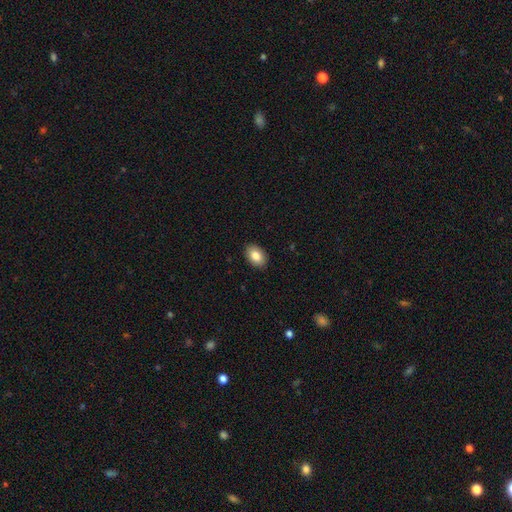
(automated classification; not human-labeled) A smooth galaxy with no disk features (84%) that is in between round and cigar-shaped (87%). Merging: none (89%).